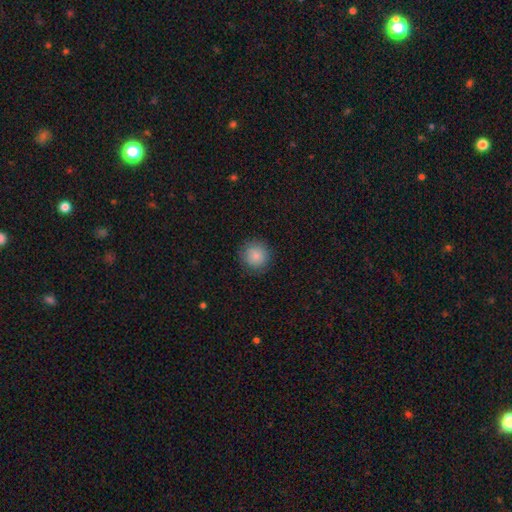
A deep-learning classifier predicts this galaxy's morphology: Overall: smooth (86%). How rounded: round (93%). Merging: none (87%).